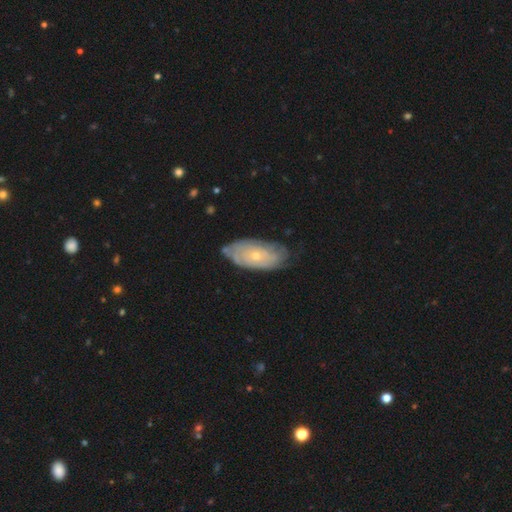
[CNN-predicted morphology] Overall: featured or disk (63%; smooth 31%). Edge-on disk: no (90%). Bar: no (86%). Spiral arms: yes (70%; no 30%). Bulge size: small (70%). Merging: none (69%).